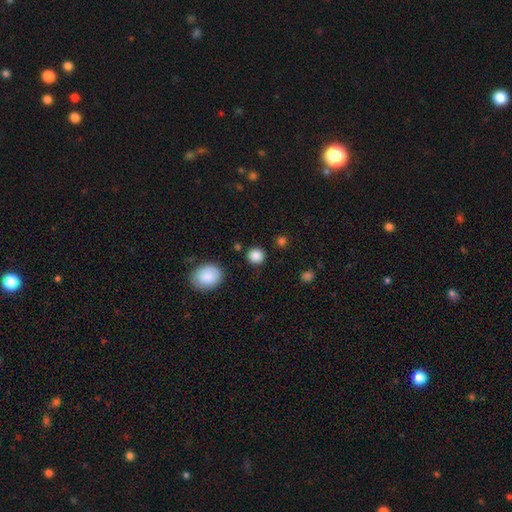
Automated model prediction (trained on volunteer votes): Overall: smooth (86%). How rounded: round (89%). Merging: none (87%).